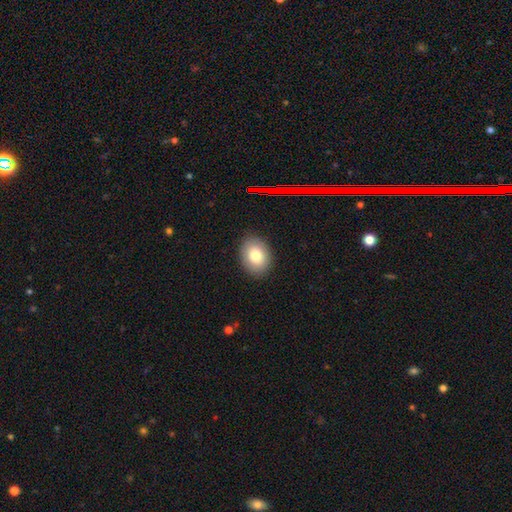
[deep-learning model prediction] smooth_or_featured: smooth (p=0.80) [alt: featured or disk p=0.11]
how_rounded: in between (p=0.69) [alt: round p=0.31]
merging: none (p=0.88) [alt: minor disturbance p=0.09]